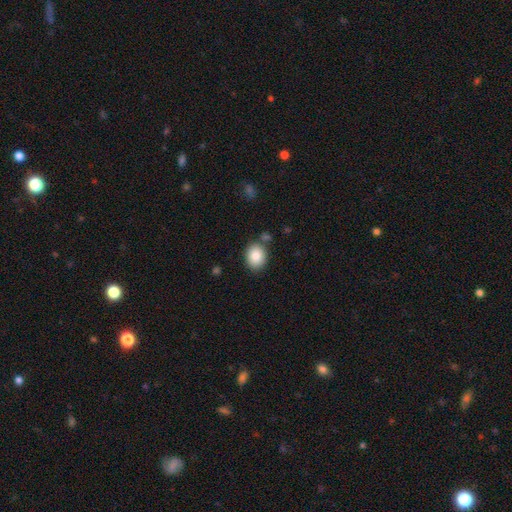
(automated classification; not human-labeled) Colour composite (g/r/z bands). It shows a smooth galaxy with no disk features (86%) that is in between round and cigar-shaped (57%). Merging: none (78%).